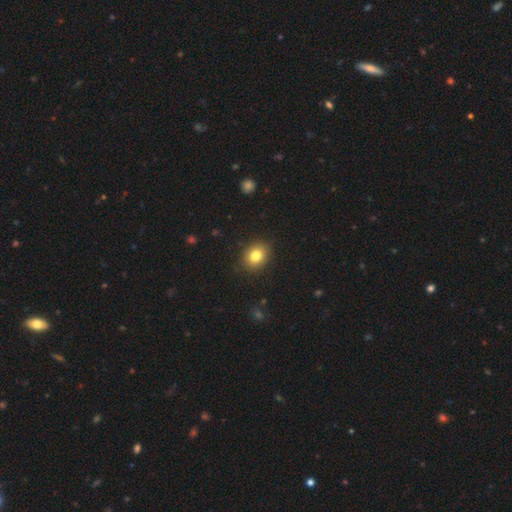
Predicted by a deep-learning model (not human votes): A smooth galaxy with no disk features (81%) that is round (57%).

Vote fractions:
- Smooth or featured? smooth: 81% / star or artifact: 11% / featured or disk: 8%
- How rounded? round: 57% / in between: 43% / cigar-shaped: 1%
- Merging? none: 88% / minor disturbance: 9% / major disturbance: 2% / merger: 1%